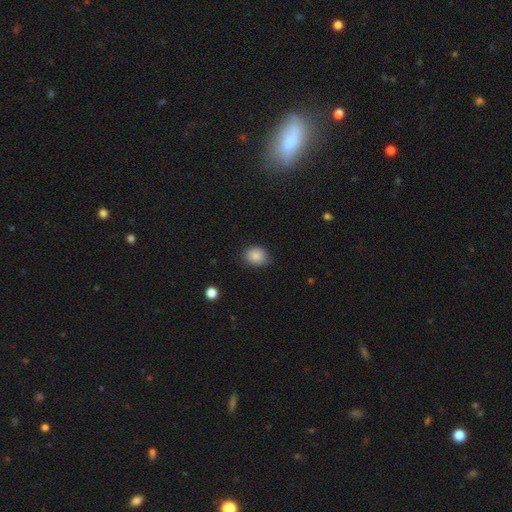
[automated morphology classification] Q: Smooth or featured?
A: smooth (86%); runner-up: star or artifact (9%)
Q: How rounded?
A: round (54%); runner-up: in between (46%)
Q: Merging?
A: none (75%); runner-up: minor disturbance (20%)